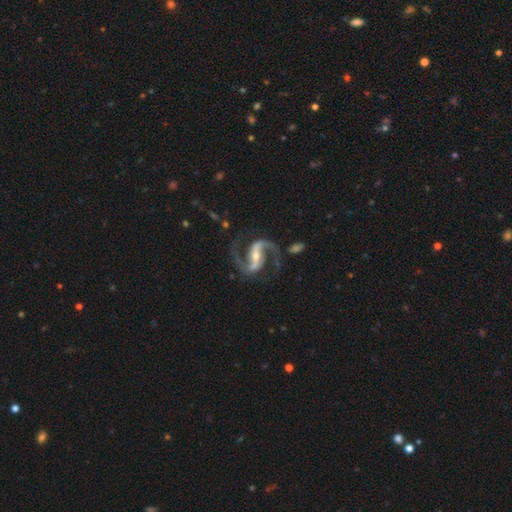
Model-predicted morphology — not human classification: This appears to be a featured or disk galaxy (93%) with a strong bar (60%), 2 (94%) medium (57%) spiral arms (98%) and a small central bulge (49%). Merging: none (77%).